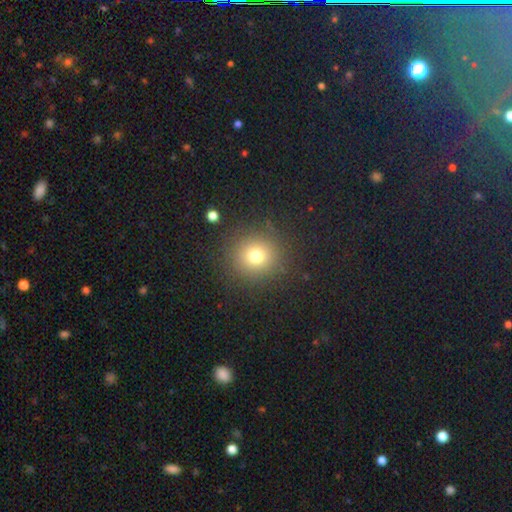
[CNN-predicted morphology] Smooth or featured? smooth (73%)
How rounded? round (92%)
Merging? none (88%)